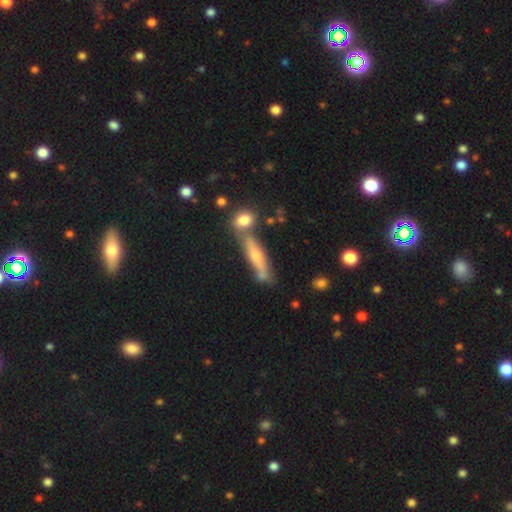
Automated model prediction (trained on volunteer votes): Smooth or featured?
  - featured or disk: 50% *
  - smooth: 41%
  - star or artifact: 9%
Edge-on disk?
  - yes: 79% *
  - no: 21%
Merging?
  - none: 61% *
  - merger: 19%
  - minor disturbance: 15%
  - major disturbance: 5%